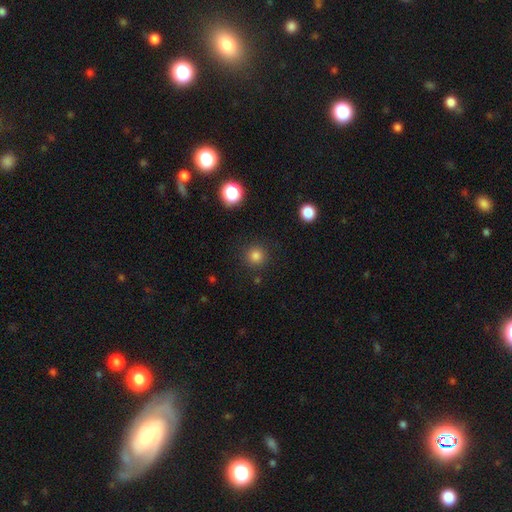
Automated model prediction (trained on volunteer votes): A smooth galaxy with no disk features (82%) that is round (94%).

Vote fractions:
- Smooth or featured? smooth: 82% / star or artifact: 13% / featured or disk: 4%
- How rounded? round: 94% / in between: 5% / cigar-shaped: 1%
- Merging? none: 90% / minor disturbance: 6% / major disturbance: 3% / merger: 2%